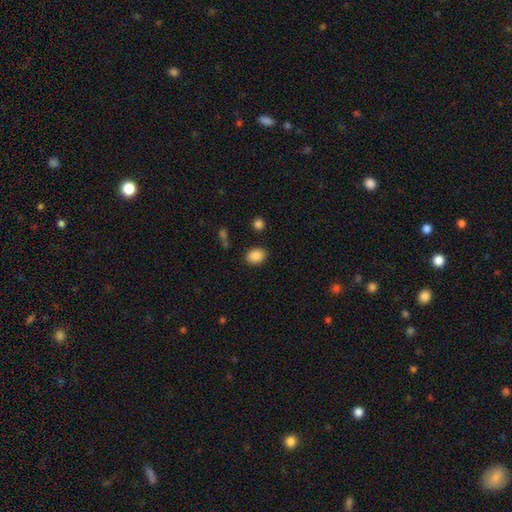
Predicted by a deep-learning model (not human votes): smooth-or-featured: smooth: 87% | star or artifact: 9% | featured or disk: 4%
  how-rounded: in between: 59% | round: 39% | cigar-shaped: 1%
  merging: none: 85% | minor disturbance: 9% | major disturbance: 3% | merger: 3%